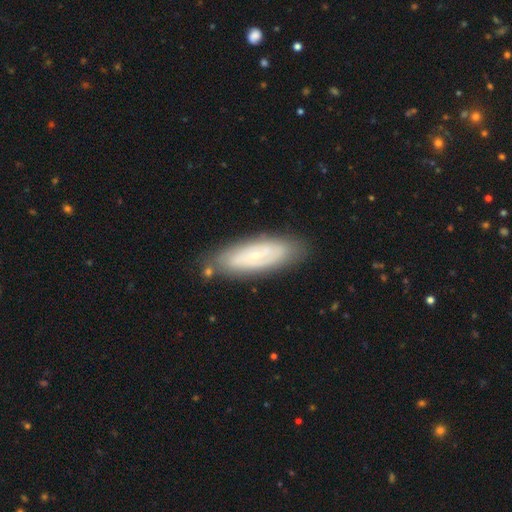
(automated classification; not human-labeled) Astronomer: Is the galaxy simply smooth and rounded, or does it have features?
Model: featured or disk — 56% (runner-up: smooth, 37%).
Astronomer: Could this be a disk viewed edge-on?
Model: no — 78%.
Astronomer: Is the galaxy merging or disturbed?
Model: none — 79%.